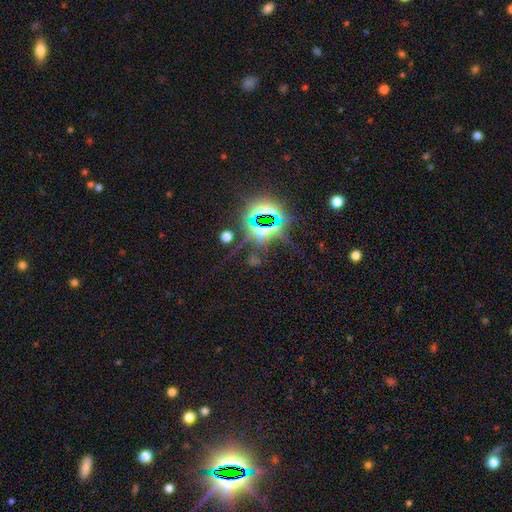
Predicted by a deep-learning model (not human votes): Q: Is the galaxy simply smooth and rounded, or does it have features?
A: star or artifact — 79%.